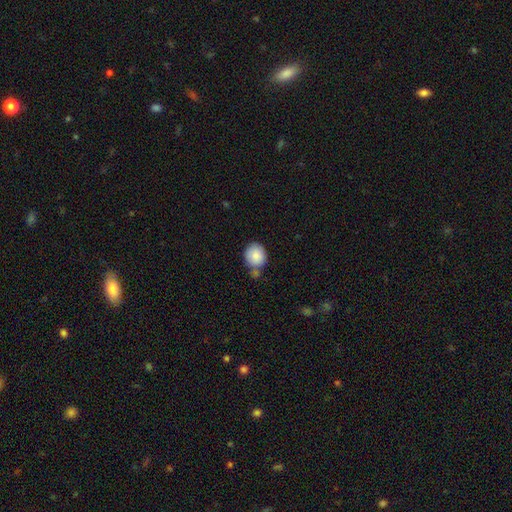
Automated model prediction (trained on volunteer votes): Overall: smooth (86%). How rounded: round (75%). Merging: none (57%; minor disturbance 21%).